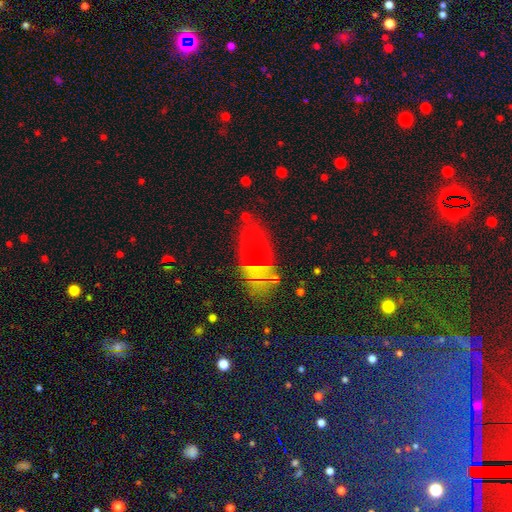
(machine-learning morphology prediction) Smooth or featured? Predicted: smooth (p=0.59). How rounded? Predicted: in between (p=0.81). Merging? Predicted: none (p=0.64).